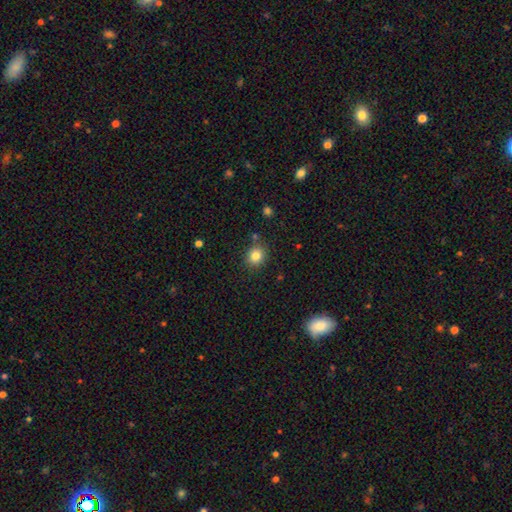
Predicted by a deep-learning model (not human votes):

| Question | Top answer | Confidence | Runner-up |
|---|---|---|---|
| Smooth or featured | smooth | 83% | star or artifact (11%) |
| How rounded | round | 78% | in between (21%) |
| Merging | none | 82% | minor disturbance (10%) |